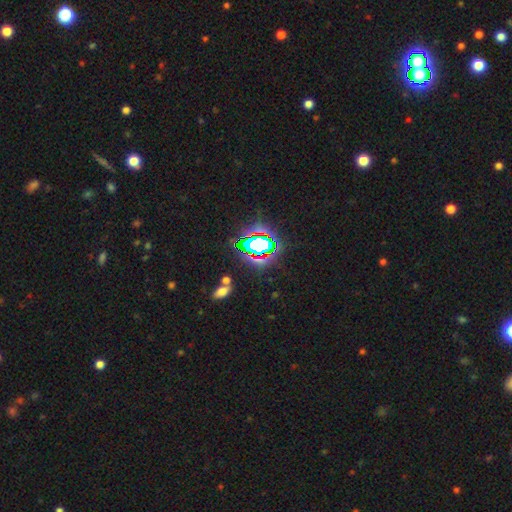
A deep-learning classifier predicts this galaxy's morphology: A star or artifact, not a galaxy (65%).

Vote fractions:
- Smooth or featured? star or artifact: 65% / smooth: 21% / featured or disk: 14%